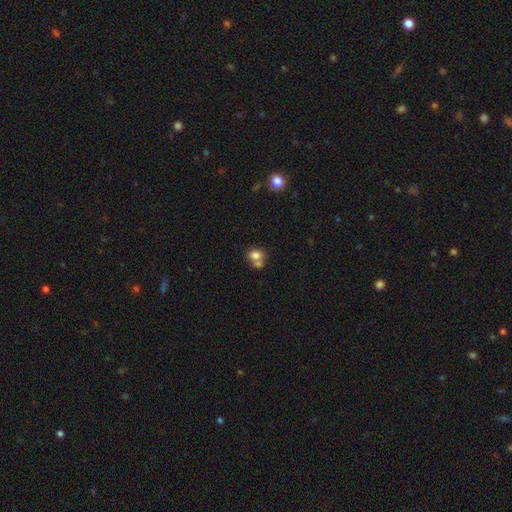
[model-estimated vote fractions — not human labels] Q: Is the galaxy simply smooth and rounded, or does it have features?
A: smooth — 77%.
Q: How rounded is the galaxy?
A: round — 59%.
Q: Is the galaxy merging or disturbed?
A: merger — 46%.